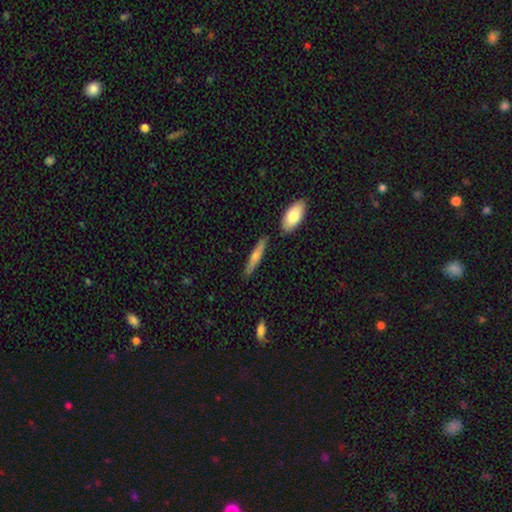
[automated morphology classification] This appears to be a smooth galaxy with no disk features (59%) that is cigar-shaped (83%). Merging: none (81%).